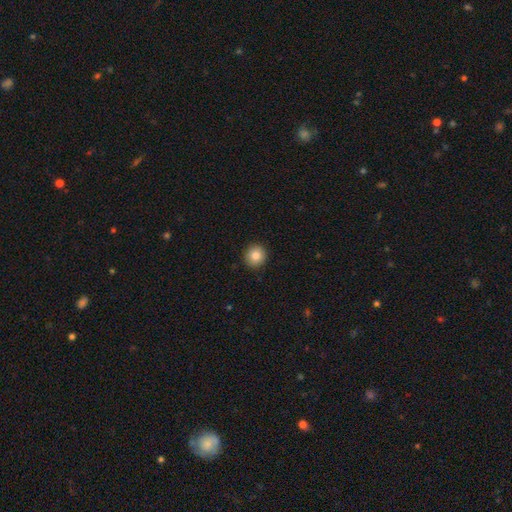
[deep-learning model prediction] smooth 84%, star or artifact 9%, featured or disk 7%. Down the decision tree: how rounded — round (92%); merging — none (92%).